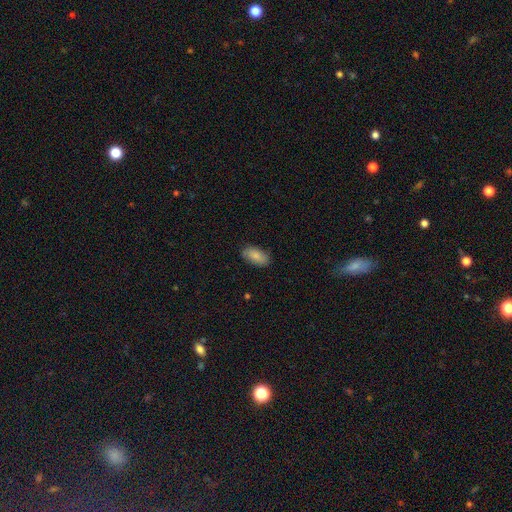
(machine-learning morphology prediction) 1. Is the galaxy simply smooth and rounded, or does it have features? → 85% smooth, 8% featured or disk, 6% star or artifact.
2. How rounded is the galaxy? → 92% in between, 5% cigar-shaped, 3% round.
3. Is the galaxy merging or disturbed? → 85% none, 12% minor disturbance, 2% major disturbance, 1% merger.